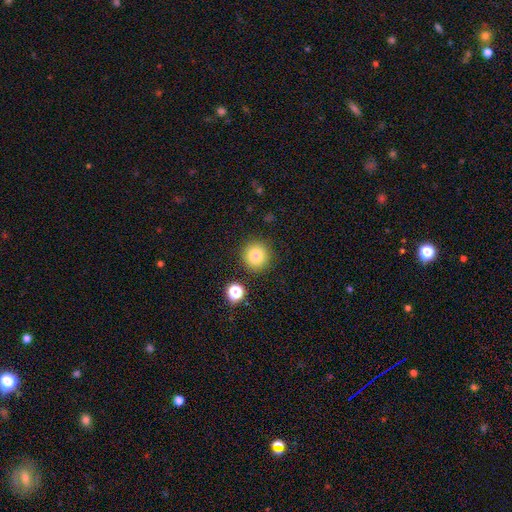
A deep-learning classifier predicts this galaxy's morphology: The model was most divided on "smooth or featured": smooth: 81%, star or artifact: 12%, featured or disk: 7%. More confident: how rounded — round (95%); merging — none (88%).